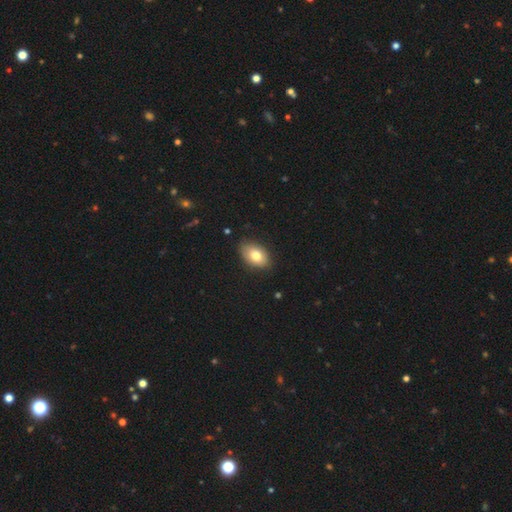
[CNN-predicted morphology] A smooth galaxy with no disk features (78%) that is in between round and cigar-shaped (90%). Merging: none (83%).